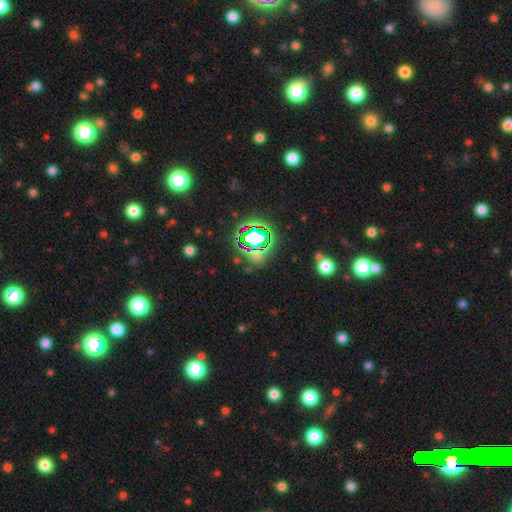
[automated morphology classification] Smooth or featured? star or artifact (67%)